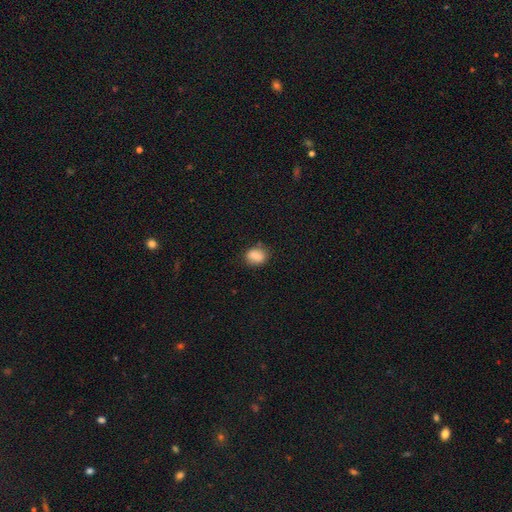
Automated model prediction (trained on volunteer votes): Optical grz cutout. It shows a smooth galaxy with no disk features (84%) that is in between round and cigar-shaped (59%). Merging: none (74%).